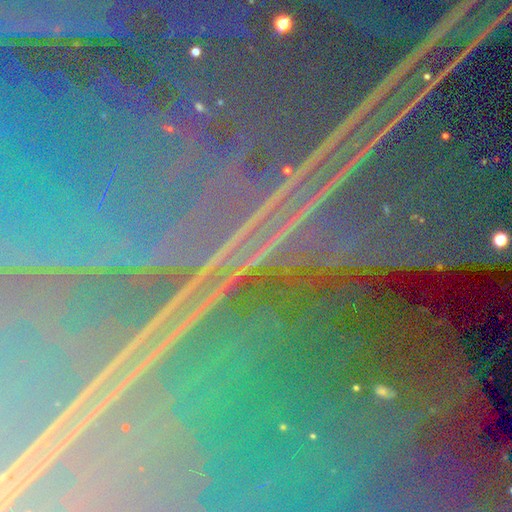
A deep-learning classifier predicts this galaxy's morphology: Smooth or featured? star or artifact (91%)